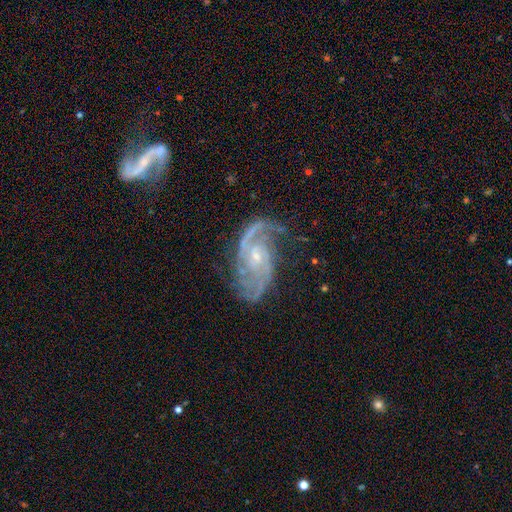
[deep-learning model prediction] Q: Smooth or featured?
A: featured or disk (91%); runner-up: star or artifact (5%)
Q: Edge-on disk?
A: no (97%); runner-up: yes (3%)
Q: Bar?
A: no (55%); runner-up: weak (35%)
Q: Spiral arms?
A: yes (98%); runner-up: no (2%)
Q: Spiral winding?
A: medium (52%); runner-up: tight (29%)
Q: Spiral arm count?
A: 2 (62%); runner-up: 3 (15%)
Q: Bulge size?
A: small (72%); runner-up: moderate (23%)
Q: Merging?
A: none (63%); runner-up: minor disturbance (21%)